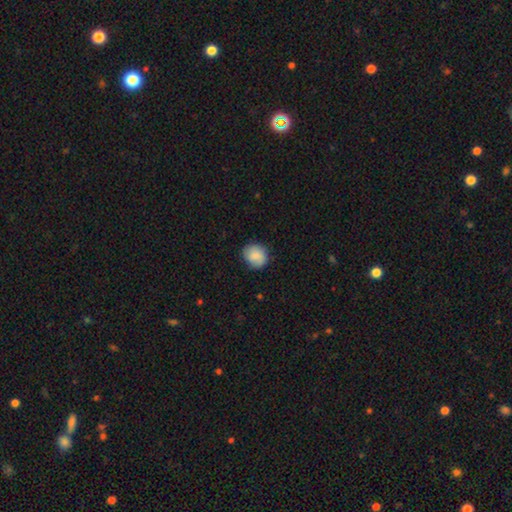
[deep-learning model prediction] A smooth galaxy with no disk features (82%) that is round (80%). Merging: none (82%).